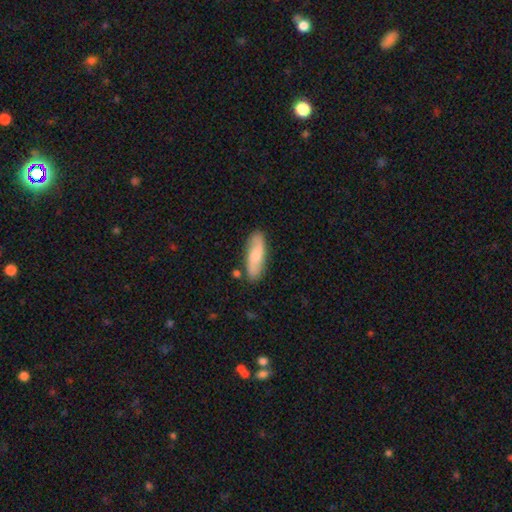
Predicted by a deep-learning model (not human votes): This appears to be a smooth galaxy with no disk features (67%) that is in between round and cigar-shaped (59%). Merging: none (81%).